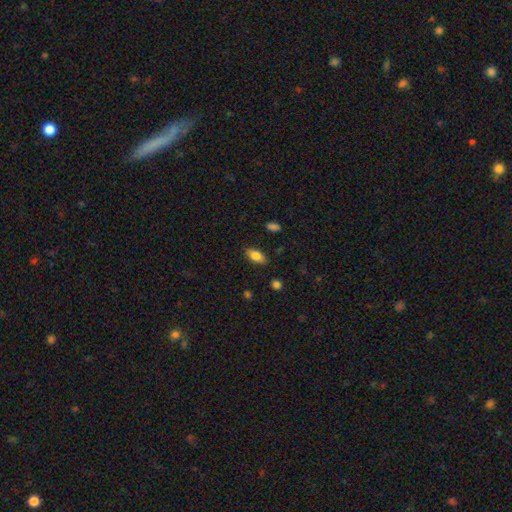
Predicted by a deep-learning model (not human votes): smooth_or_featured: smooth (p=0.77) [alt: featured or disk p=0.15]
how_rounded: in between (p=0.86) [alt: cigar-shaped p=0.11]
merging: none (p=0.84) [alt: minor disturbance p=0.12]